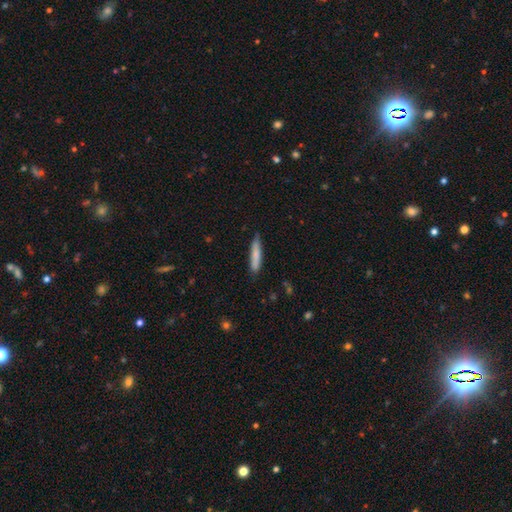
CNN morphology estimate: Smooth or featured?
  - smooth: 79% *
  - featured or disk: 15%
  - star or artifact: 6%
How rounded?
  - cigar-shaped: 87% *
  - in between: 11%
  - round: 1%
Merging?
  - none: 81% *
  - minor disturbance: 15%
  - major disturbance: 2%
  - merger: 1%